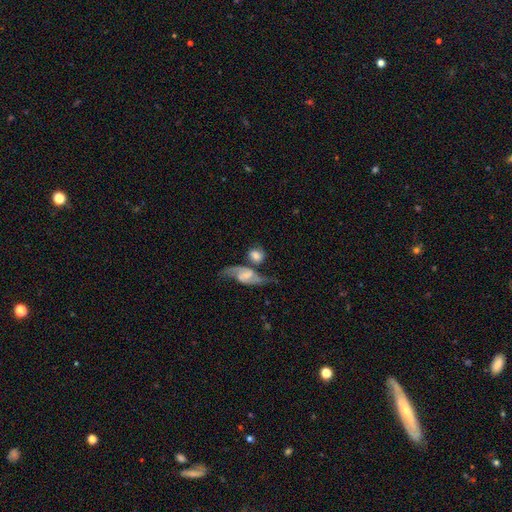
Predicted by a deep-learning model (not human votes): Q: Smooth or featured?
A: featured or disk (47%); runner-up: smooth (45%)
Q: Merging?
A: none (44%); runner-up: merger (35%)